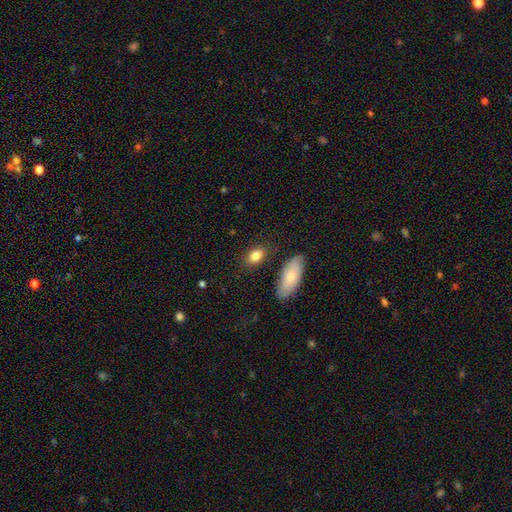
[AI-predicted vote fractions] Smooth or featured? Predicted: smooth (p=0.82). How rounded? Predicted: in between (p=0.83). Merging? Predicted: none (p=0.81).